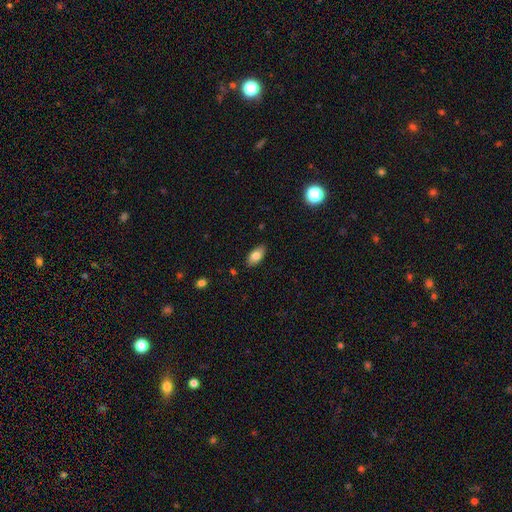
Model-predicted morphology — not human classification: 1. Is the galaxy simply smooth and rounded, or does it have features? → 81% smooth, 12% featured or disk, 7% star or artifact.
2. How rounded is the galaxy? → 91% in between, 6% cigar-shaped, 3% round.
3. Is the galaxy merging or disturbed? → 85% none, 11% minor disturbance, 2% major disturbance, 1% merger.